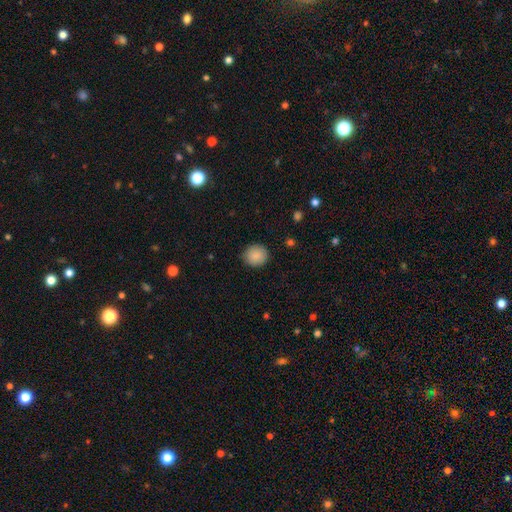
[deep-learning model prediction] Overall: smooth (89%). How rounded: round (88%). Merging: none (89%).